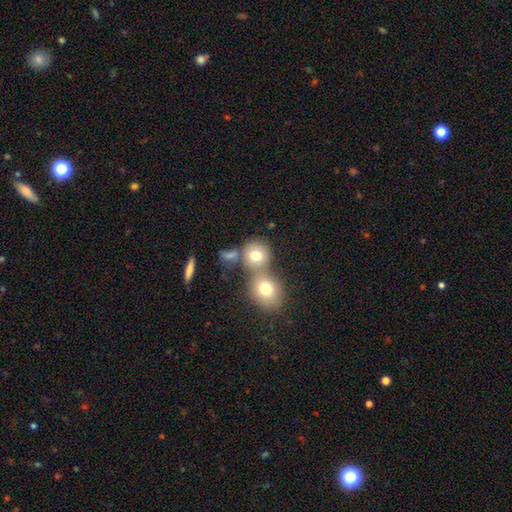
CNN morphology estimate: smooth-or-featured: smooth: 76% | featured or disk: 13% | star or artifact: 11%
  how-rounded: round: 81% | in between: 17% | cigar-shaped: 1%
  merging: merger: 46% | none: 42% | minor disturbance: 8% | major disturbance: 4%